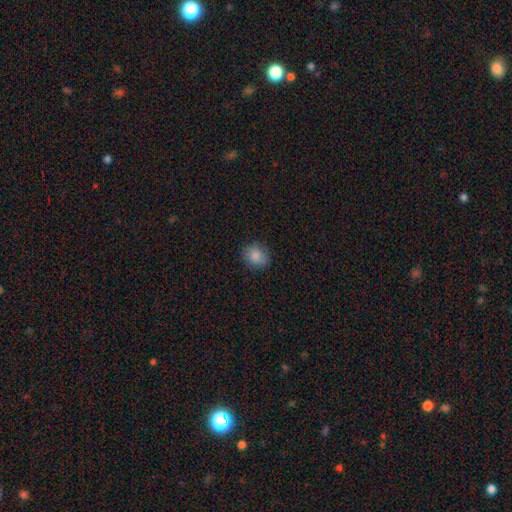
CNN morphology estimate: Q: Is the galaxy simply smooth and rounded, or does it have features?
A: smooth — 85%.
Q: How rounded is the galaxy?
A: round — 70%.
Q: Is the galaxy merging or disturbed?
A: none — 85%.